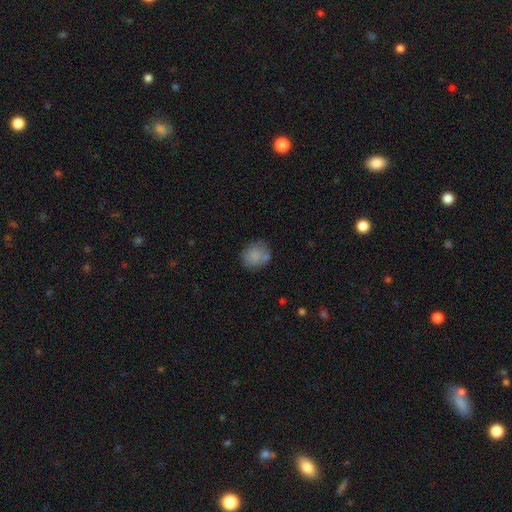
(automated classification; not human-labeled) Smooth or featured?
  - smooth: 81% *
  - featured or disk: 11%
  - star or artifact: 8%
How rounded?
  - round: 67% *
  - in between: 32%
  - cigar-shaped: 1%
Merging?
  - none: 65% *
  - minor disturbance: 19%
  - merger: 11%
  - major disturbance: 6%